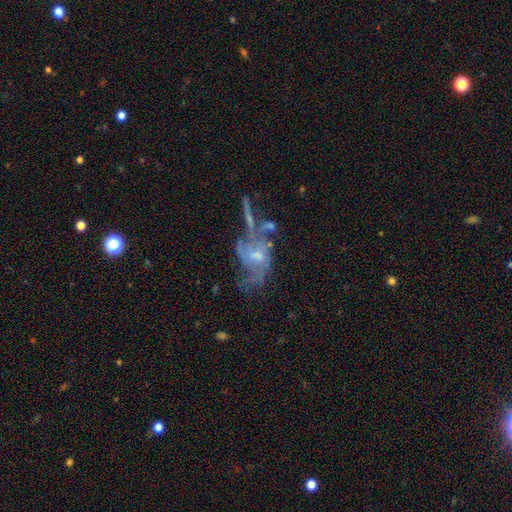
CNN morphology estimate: Smooth or featured?
  - featured or disk: 75% *
  - smooth: 14%
  - star or artifact: 11%
Edge-on disk?
  - no: 95% *
  - yes: 5%
Bar?
  - no: 64% *
  - weak: 30%
  - strong: 6%
Spiral arms?
  - yes: 73% *
  - no: 27%
Spiral winding?
  - medium: 40% * (tied)
  - loose: 40% * (tied)
  - tight: 20%
Spiral arm count?
  - can't tell: 39% *
  - 2: 29%
  - 3: 15%
  - 4: 7%
  - 1: 6%
  - more than 4: 4%
Bulge size?
  - moderate: 47% *
  - small: 38%
  - none: 9%
  - large: 5%
  - dominant: 1%
Merging?
  - major disturbance: 32% *
  - none: 31%
  - merger: 21%
  - minor disturbance: 17%